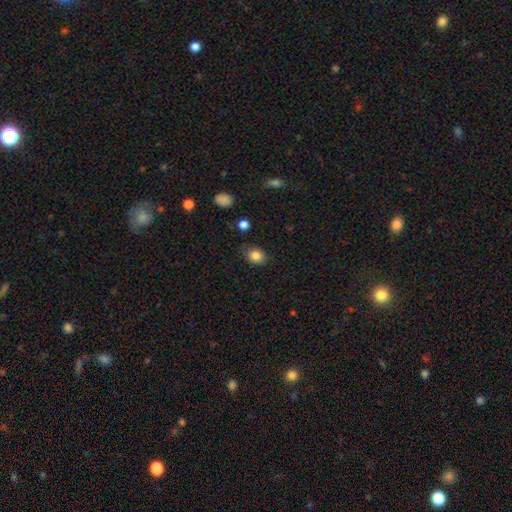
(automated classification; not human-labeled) A smooth galaxy with no disk features (84%) that is in between round and cigar-shaped (50%).

Vote fractions:
- Smooth or featured? smooth: 84% / star or artifact: 10% / featured or disk: 6%
- How rounded? in between: 50% / round: 49% / cigar-shaped: 1%
- Merging? none: 80% / minor disturbance: 14% / major disturbance: 3% / merger: 2%